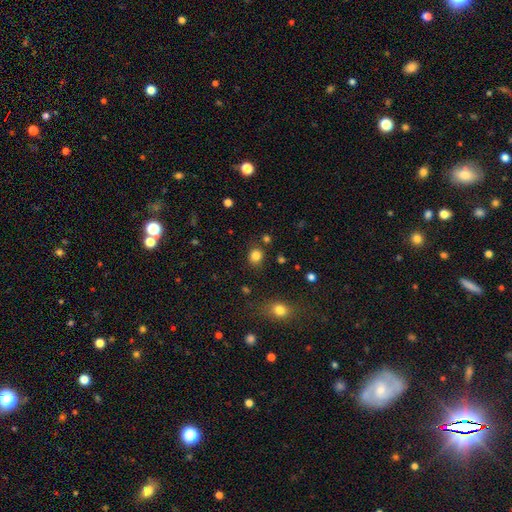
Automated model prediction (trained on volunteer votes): Overall: smooth (83%). How rounded: round (79%). Merging: none (85%).